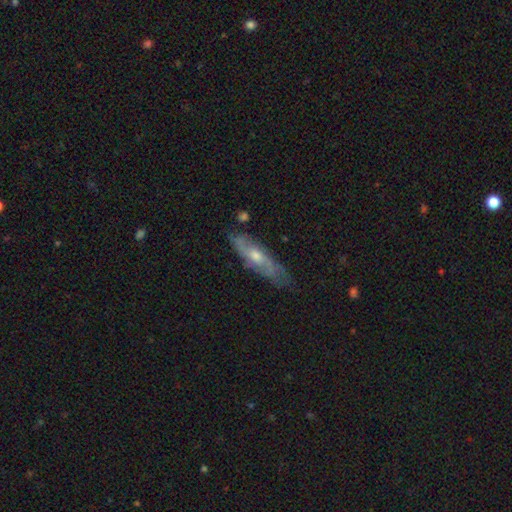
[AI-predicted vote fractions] Smooth or featured? featured or disk (63%)
Edge-on disk? no (63%)
Merging? none (71%)